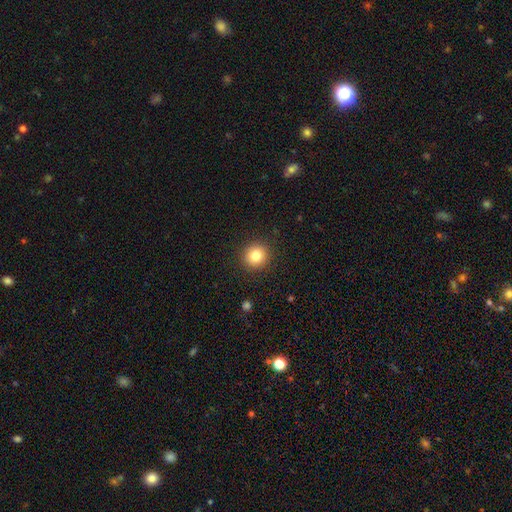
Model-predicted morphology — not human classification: The model was most divided on "smooth or featured": smooth: 83%, star or artifact: 11%, featured or disk: 6%. More confident: merging — none (91%); how rounded — round (91%).